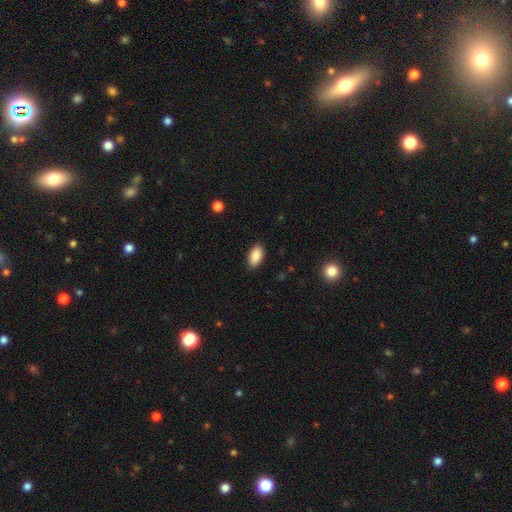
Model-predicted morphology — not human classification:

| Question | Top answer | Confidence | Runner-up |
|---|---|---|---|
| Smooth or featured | smooth | 89% | star or artifact (7%) |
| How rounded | in between | 94% | round (3%) |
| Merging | none | 89% | minor disturbance (8%) |